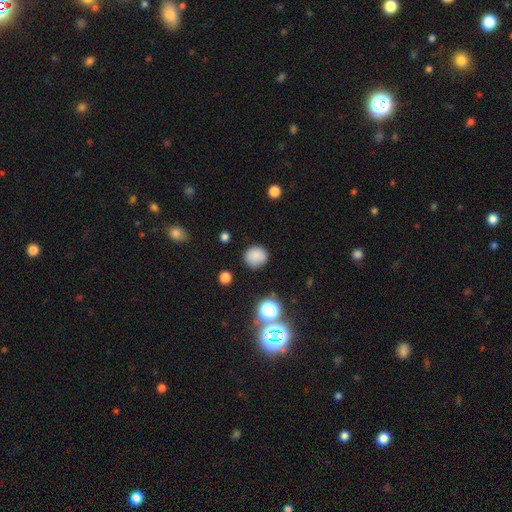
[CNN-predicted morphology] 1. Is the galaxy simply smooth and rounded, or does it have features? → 81% smooth, 13% star or artifact, 6% featured or disk.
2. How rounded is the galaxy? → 82% round, 17% in between, 1% cigar-shaped.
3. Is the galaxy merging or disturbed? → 79% none, 15% minor disturbance, 4% major disturbance, 2% merger.